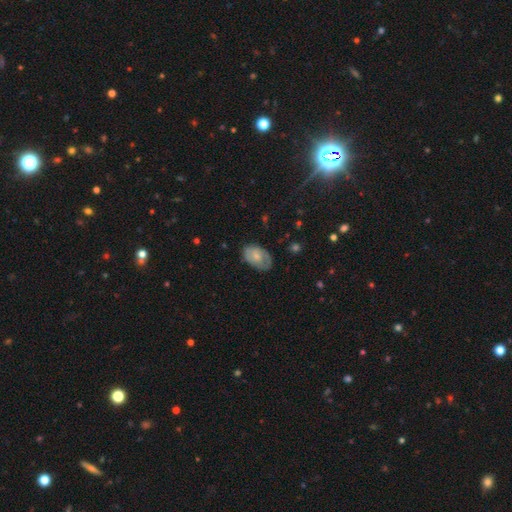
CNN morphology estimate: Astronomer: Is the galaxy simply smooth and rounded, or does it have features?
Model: smooth — 53% (runner-up: featured or disk, 40%).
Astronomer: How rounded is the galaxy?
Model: in between — 88%.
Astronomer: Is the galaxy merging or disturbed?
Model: none — 69%.